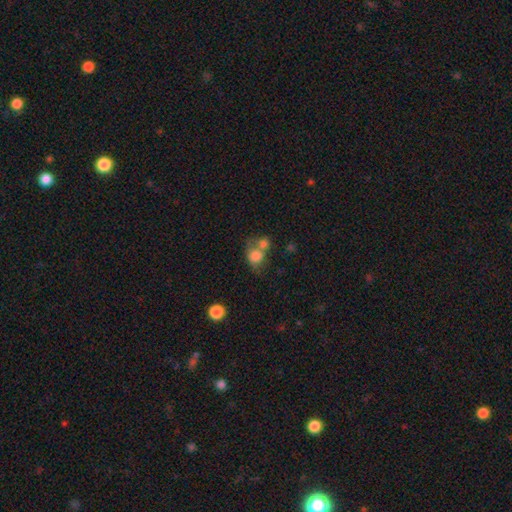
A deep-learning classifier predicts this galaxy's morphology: This is likely a smooth galaxy (75%). How rounded: possibly round (59%). Merging: possibly merger (56%).